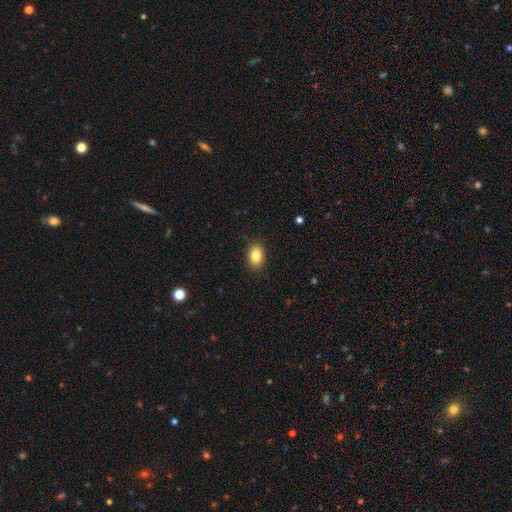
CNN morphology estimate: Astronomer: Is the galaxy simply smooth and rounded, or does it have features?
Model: smooth — 85%.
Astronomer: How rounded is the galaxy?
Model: in between — 80%.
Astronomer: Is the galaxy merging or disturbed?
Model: none — 88%.